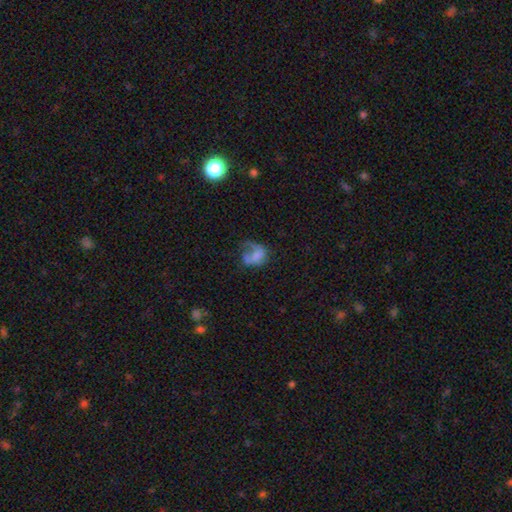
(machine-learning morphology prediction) smooth_or_featured: smooth (p=0.51) [alt: featured or disk p=0.37]
how_rounded: in between (p=0.57) [alt: round p=0.42]
merging: major disturbance (p=0.46) [alt: none p=0.25]